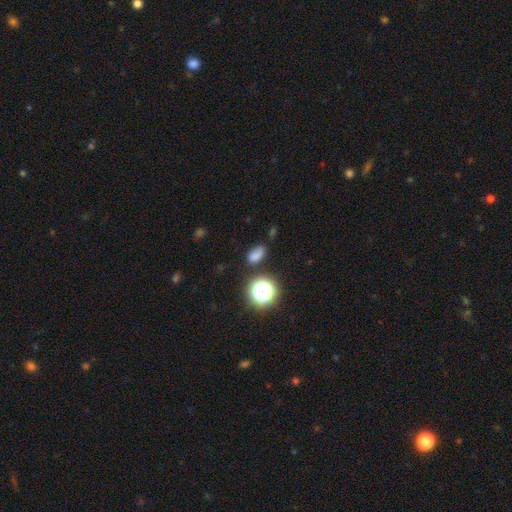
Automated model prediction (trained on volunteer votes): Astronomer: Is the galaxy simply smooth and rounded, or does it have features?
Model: smooth — 72%.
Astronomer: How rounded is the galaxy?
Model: in between — 80%.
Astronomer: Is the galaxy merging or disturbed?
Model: none — 70%.